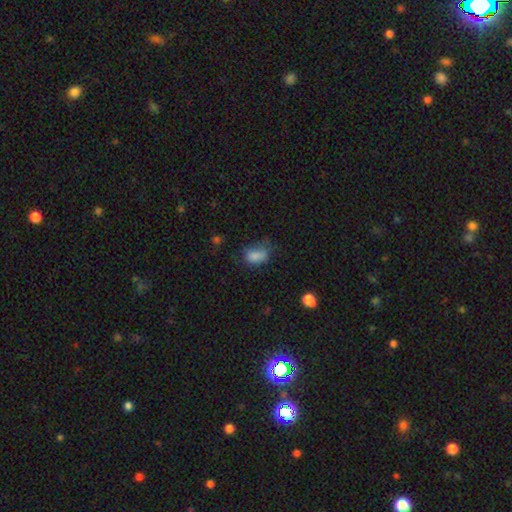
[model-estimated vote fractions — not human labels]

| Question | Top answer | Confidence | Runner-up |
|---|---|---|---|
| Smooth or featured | smooth | 80% | star or artifact (11%) |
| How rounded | in between | 84% | round (14%) |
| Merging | none | 40% | minor disturbance (34%) |